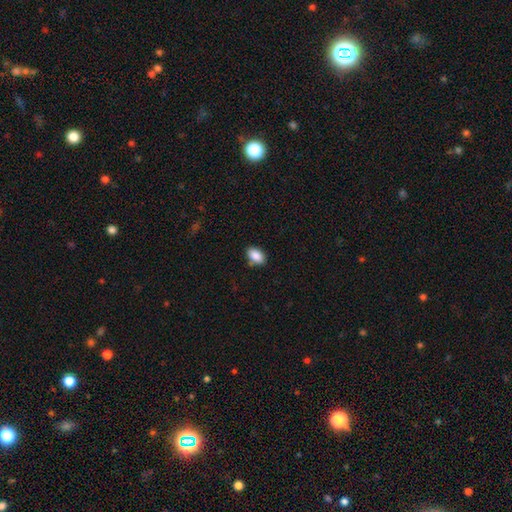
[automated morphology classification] Overall: smooth (88%). How rounded: in between (91%). Merging: none (81%).